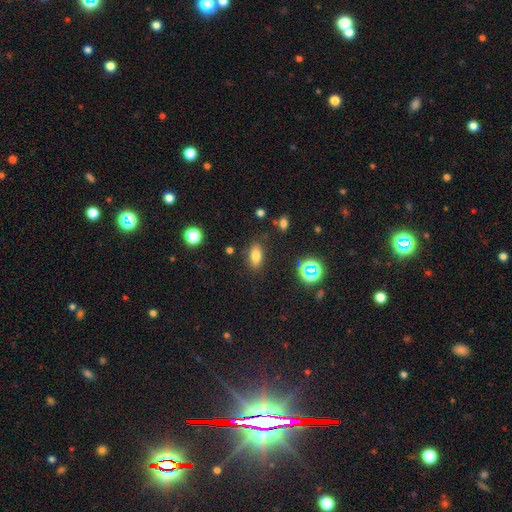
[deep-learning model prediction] Smooth or featured?
  - smooth: 75% *
  - star or artifact: 15%
  - featured or disk: 10%
How rounded?
  - in between: 82% *
  - cigar-shaped: 11%
  - round: 7%
Merging?
  - none: 83% *
  - minor disturbance: 11%
  - major disturbance: 3%
  - merger: 3%